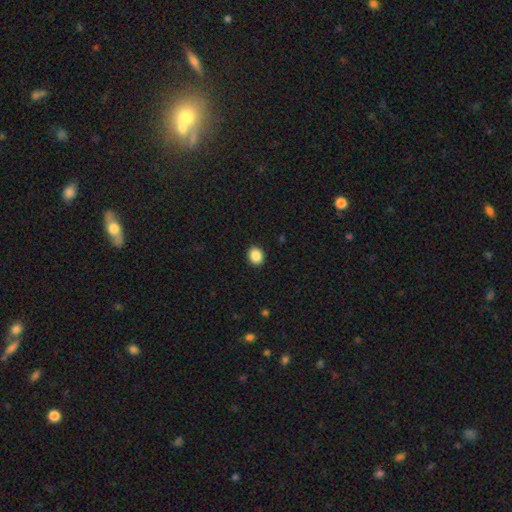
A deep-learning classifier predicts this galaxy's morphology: Smooth or featured: smooth — 88% (star or artifact — 9%)
How rounded: round — 62% (in between — 37%)
Merging: none — 92% (minor disturbance — 6%)